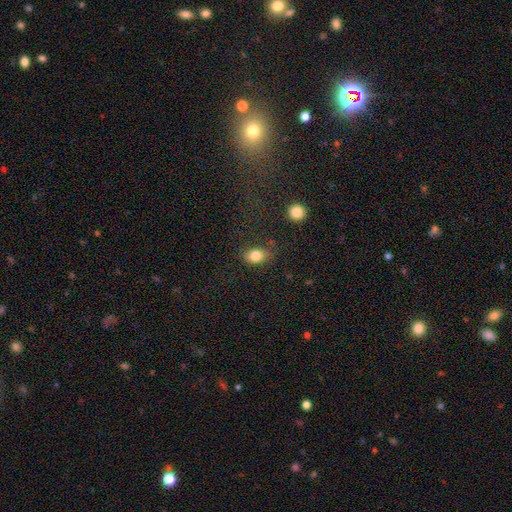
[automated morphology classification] smooth_or_featured: smooth (p=0.83) [alt: star or artifact p=0.10]
how_rounded: in between (p=0.72) [alt: round p=0.26]
merging: none (p=0.73) [alt: minor disturbance p=0.18]